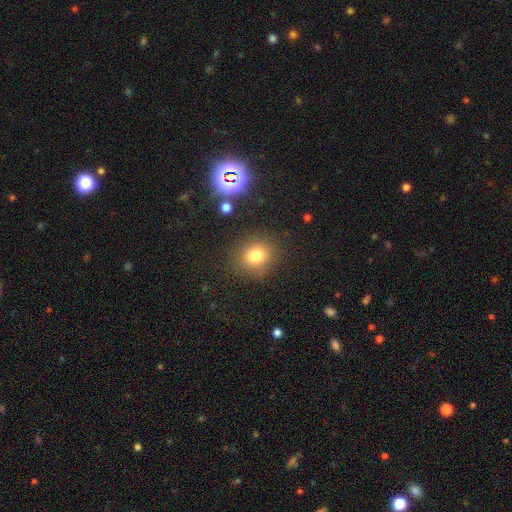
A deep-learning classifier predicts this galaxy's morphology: Smooth or featured?
  - smooth: 76% *
  - star or artifact: 15%
  - featured or disk: 9%
How rounded?
  - round: 76% *
  - in between: 23%
  - cigar-shaped: 1%
Merging?
  - none: 83% *
  - minor disturbance: 11%
  - major disturbance: 4%
  - merger: 3%